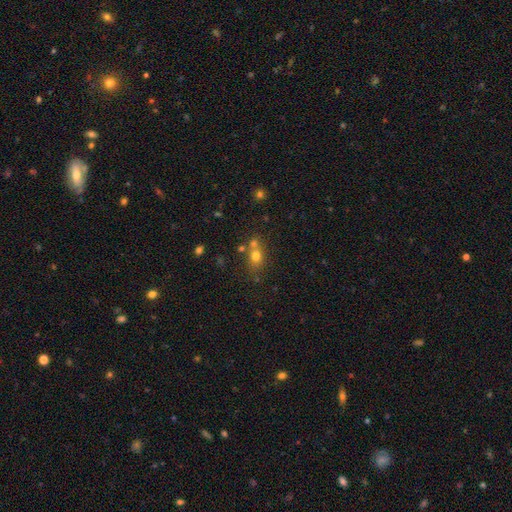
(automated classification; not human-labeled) Smooth or featured?
  - smooth: 71% *
  - star or artifact: 15%
  - featured or disk: 13%
How rounded?
  - round: 52% *
  - in between: 46%
  - cigar-shaped: 2%
Merging?
  - none: 47% *
  - merger: 37%
  - minor disturbance: 11%
  - major disturbance: 4%